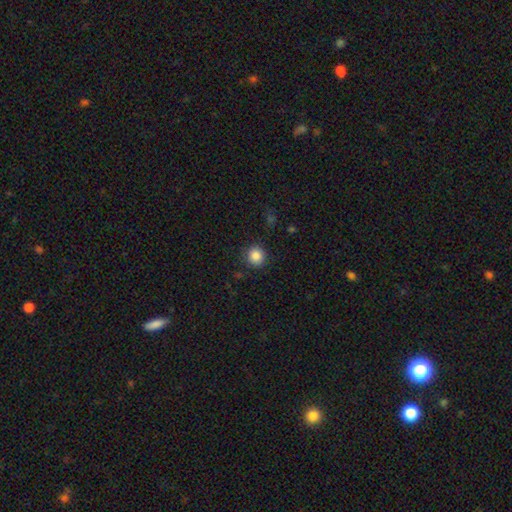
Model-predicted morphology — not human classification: Overall: smooth (86%). How rounded: round (90%). Merging: none (88%).